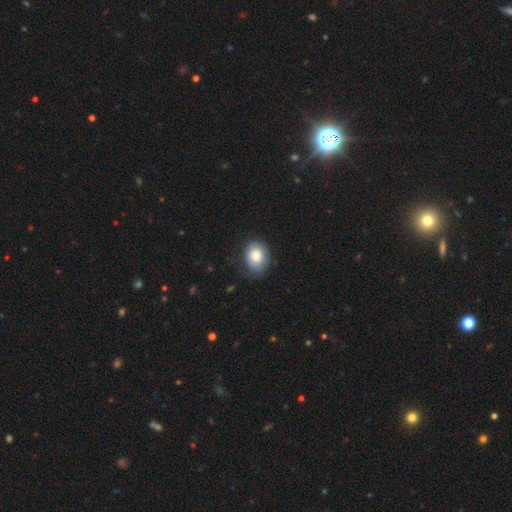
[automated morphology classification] The model was most divided on "how rounded": in between: 62%, round: 38%, cigar-shaped: 1%. More confident: smooth or featured — smooth (82%); merging — none (73%).